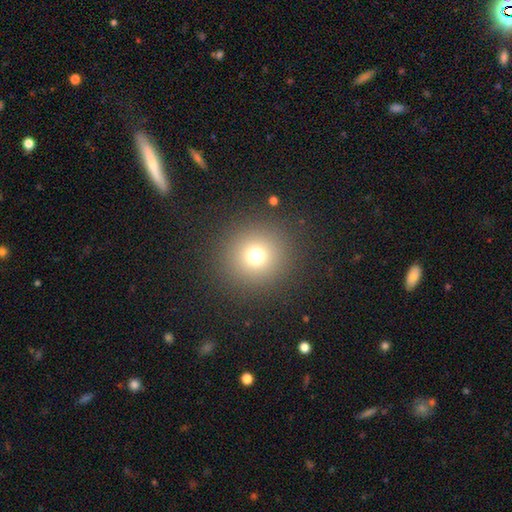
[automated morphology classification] smooth 71%, star or artifact 20%, featured or disk 8%. Down the decision tree: how rounded — round (95%); merging — none (90%).